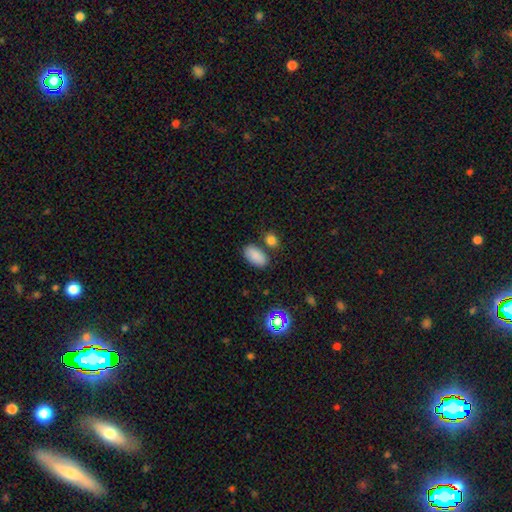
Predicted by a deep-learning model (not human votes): This is clearly a smooth galaxy (86%). How rounded: clearly in between (92%). Merging: likely none (73%).